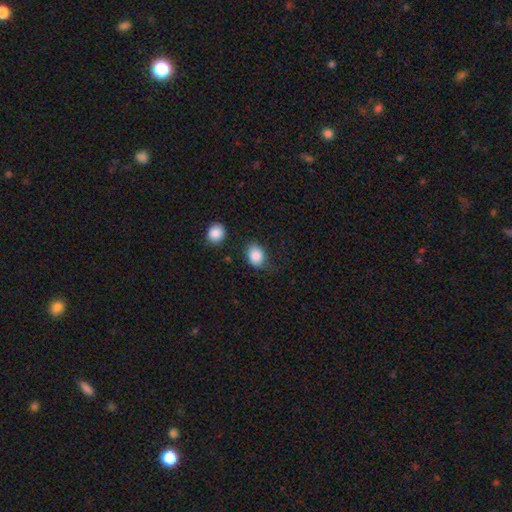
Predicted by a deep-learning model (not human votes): smooth 87%, star or artifact 8%, featured or disk 5%. Down the decision tree: how rounded — in between (60%); merging — none (68%).